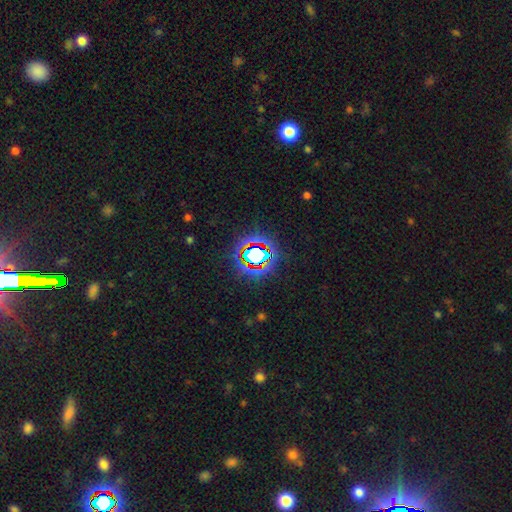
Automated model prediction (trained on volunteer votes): smooth-or-featured: star or artifact: 69% | smooth: 19% | featured or disk: 12%